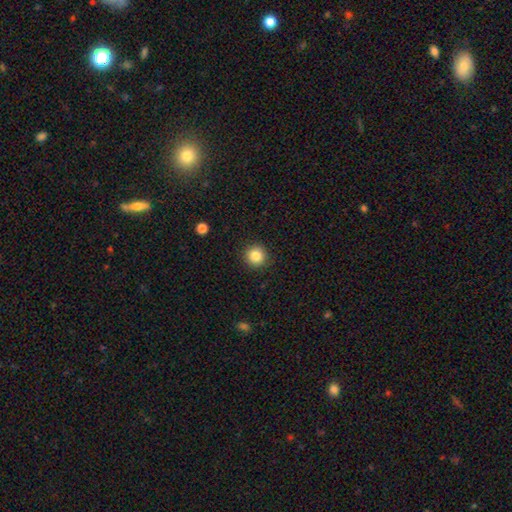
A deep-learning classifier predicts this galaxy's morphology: type=smooth (84%); roundness=round (95%); merging=none (92%).